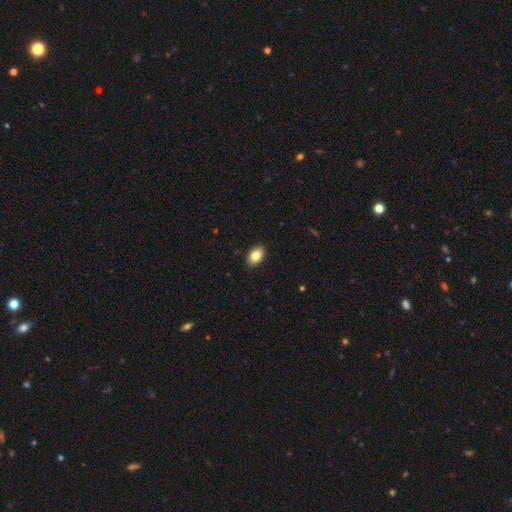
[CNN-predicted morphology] type=smooth (84%); roundness=in between (91%); merging=none (90%).